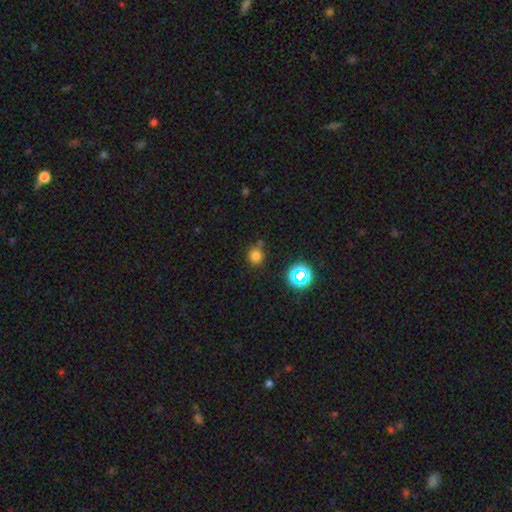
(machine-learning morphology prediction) smooth-or-featured: smooth: 75% | star or artifact: 19% | featured or disk: 6%
  how-rounded: round: 88% | in between: 11% | cigar-shaped: 1%
  merging: none: 72% | minor disturbance: 17% | merger: 7% | major disturbance: 4%